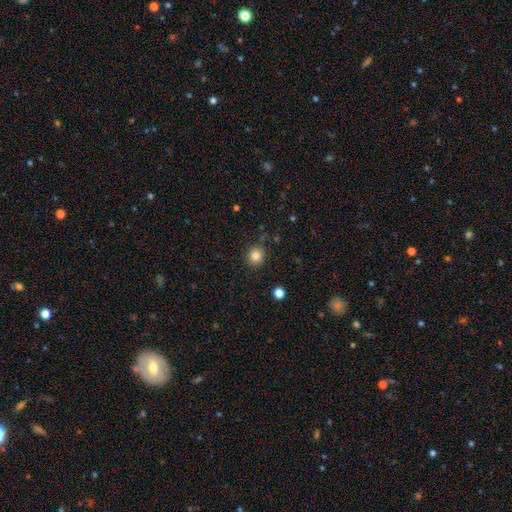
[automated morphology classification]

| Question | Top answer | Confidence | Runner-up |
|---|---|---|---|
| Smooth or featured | smooth | 83% | star or artifact (12%) |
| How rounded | round | 89% | in between (10%) |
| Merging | none | 88% | minor disturbance (8%) |